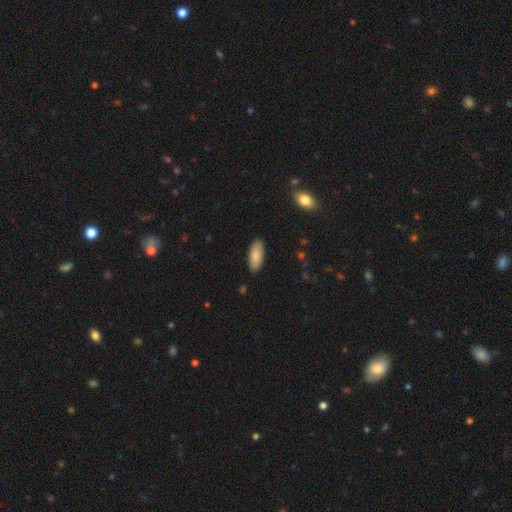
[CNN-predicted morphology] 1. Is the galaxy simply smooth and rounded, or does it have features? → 84% smooth, 10% featured or disk, 6% star or artifact.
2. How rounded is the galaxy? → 85% in between, 13% cigar-shaped, 2% round.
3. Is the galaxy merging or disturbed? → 88% none, 9% minor disturbance, 2% major disturbance, 1% merger.